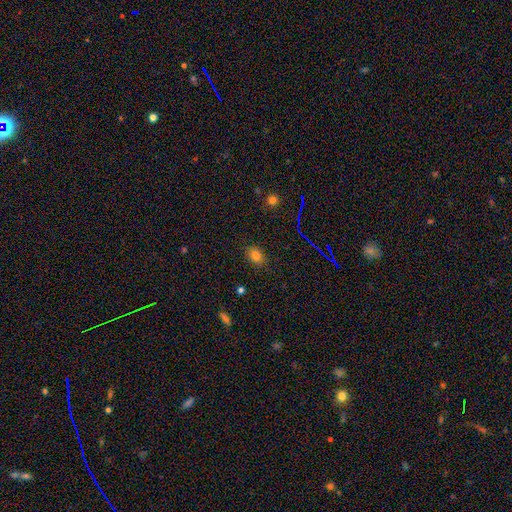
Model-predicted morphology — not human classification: smooth 76%, star or artifact 16%, featured or disk 8%. Down the decision tree: how rounded — in between (55%); merging — none (86%).